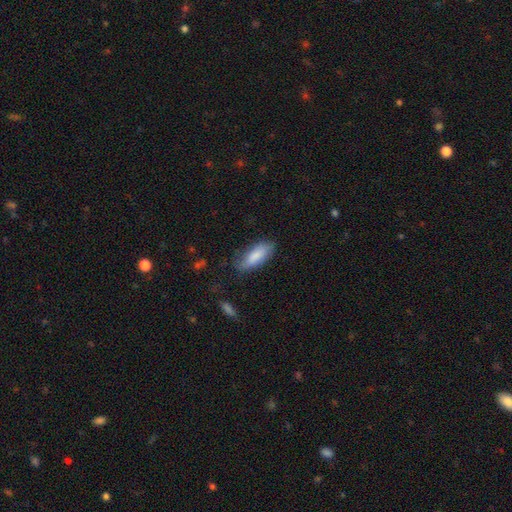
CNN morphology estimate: This appears to be a smooth galaxy with no disk features (81%) that is in between round and cigar-shaped (77%). Merging: none (66%).